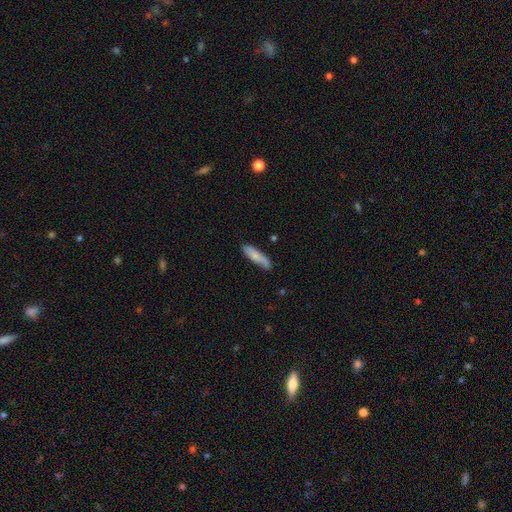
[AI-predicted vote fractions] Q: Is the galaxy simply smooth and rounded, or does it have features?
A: smooth — 77%.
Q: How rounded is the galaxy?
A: cigar-shaped — 67%.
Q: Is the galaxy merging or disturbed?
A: none — 79%.